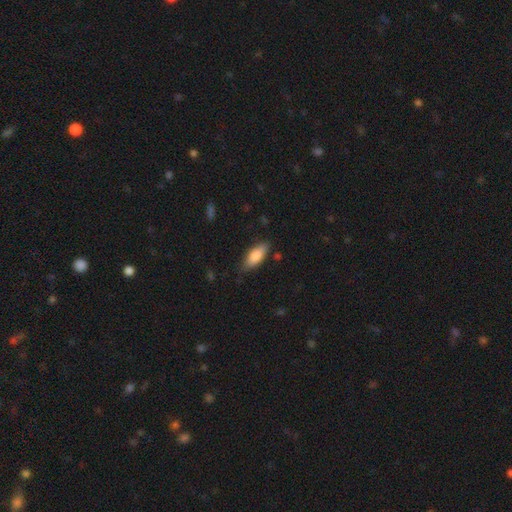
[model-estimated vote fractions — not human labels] Q: Smooth or featured?
A: smooth (80%); runner-up: featured or disk (14%)
Q: How rounded?
A: in between (78%); runner-up: cigar-shaped (20%)
Q: Merging?
A: none (79%); runner-up: minor disturbance (16%)